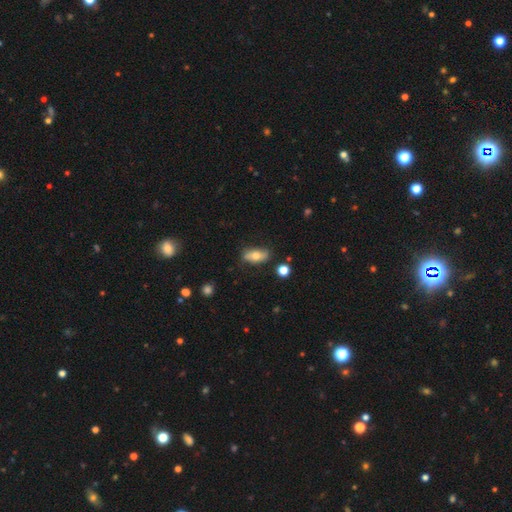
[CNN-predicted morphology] smooth_or_featured: smooth (p=0.65) [alt: featured or disk p=0.28]
how_rounded: in between (p=0.82) [alt: cigar-shaped p=0.13]
merging: none (p=0.77) [alt: minor disturbance p=0.17]